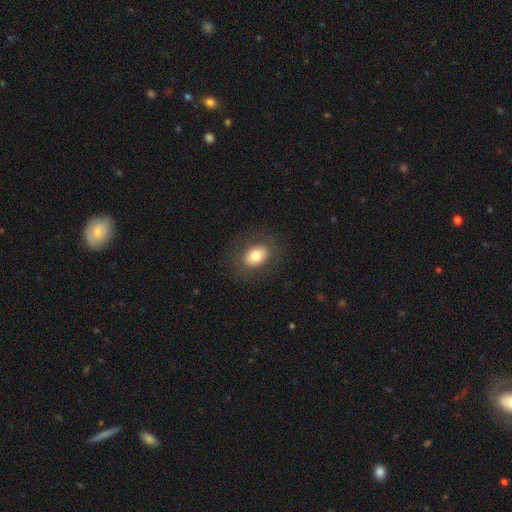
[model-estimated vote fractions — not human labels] smooth_or_featured: smooth (p=0.77) [alt: featured or disk p=0.14]
how_rounded: in between (p=0.68) [alt: round p=0.31]
merging: none (p=0.83) [alt: minor disturbance p=0.11]